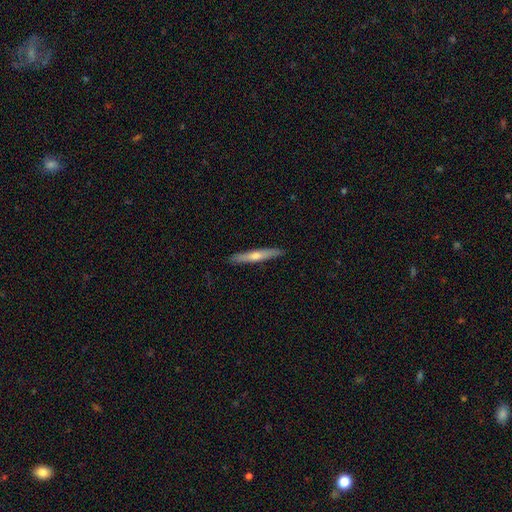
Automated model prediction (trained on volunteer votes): Smooth or featured: featured or disk — 53% (smooth — 41%)
Edge-on disk: yes — 94% (no — 6%)
Edge-on bulge: rounded — 81% (none — 16%)
Merging: none — 91% (minor disturbance — 7%)